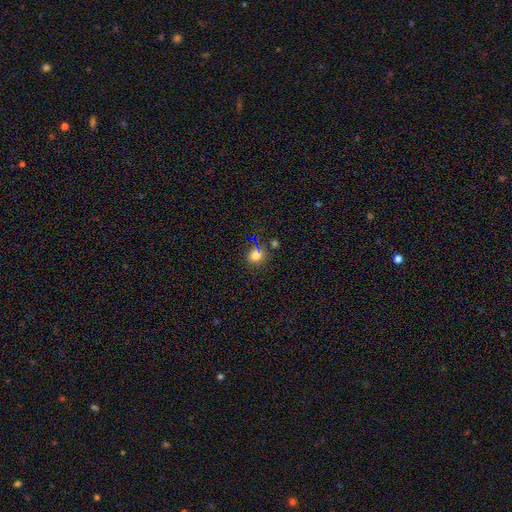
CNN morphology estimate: A smooth galaxy with no disk features (67%) that is round (74%). Merging: none (77%).